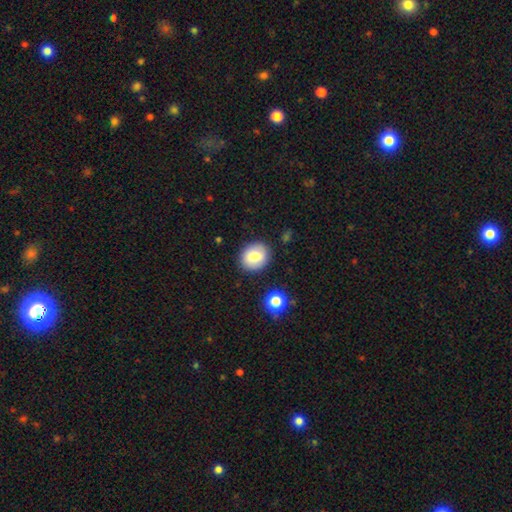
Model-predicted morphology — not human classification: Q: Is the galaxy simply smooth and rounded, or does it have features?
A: smooth — 80%.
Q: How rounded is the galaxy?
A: round — 69%.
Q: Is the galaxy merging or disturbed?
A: none — 86%.